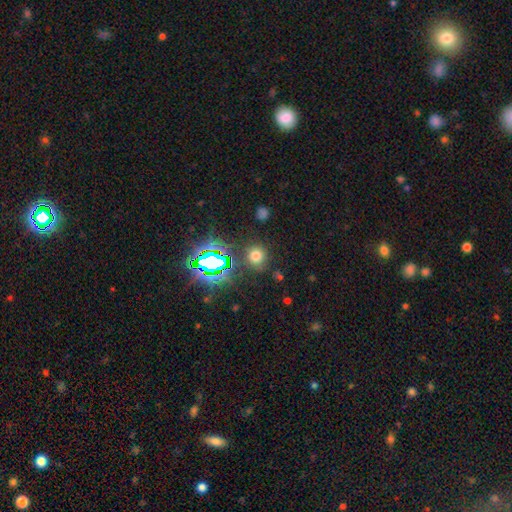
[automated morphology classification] The model was most divided on "smooth or featured": smooth: 64%, star or artifact: 29%, featured or disk: 7%. More confident: how rounded — round (90%); merging — none (84%).